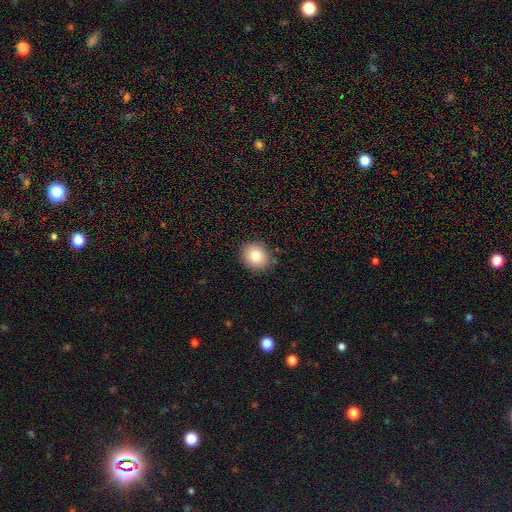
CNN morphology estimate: Smooth or featured?
  - smooth: 82% *
  - star or artifact: 9%
  - featured or disk: 9%
How rounded?
  - round: 70% *
  - in between: 29%
  - cigar-shaped: 1%
Merging?
  - none: 87% *
  - minor disturbance: 10%
  - major disturbance: 2%
  - merger: 1%